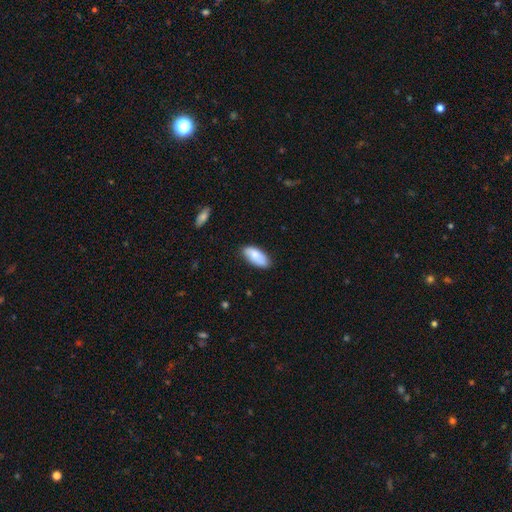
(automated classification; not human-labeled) This appears to be a smooth galaxy with no disk features (81%) that is in between round and cigar-shaped (89%). Merging: none (81%).